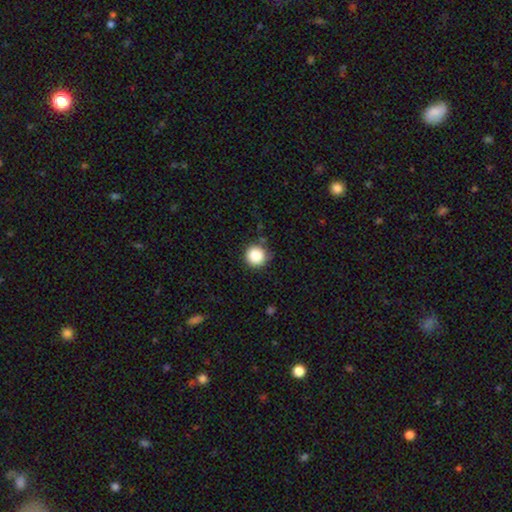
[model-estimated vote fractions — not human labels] Smooth or featured? Predicted: smooth (p=0.86). How rounded? Predicted: round (p=0.95). Merging? Predicted: none (p=0.84).